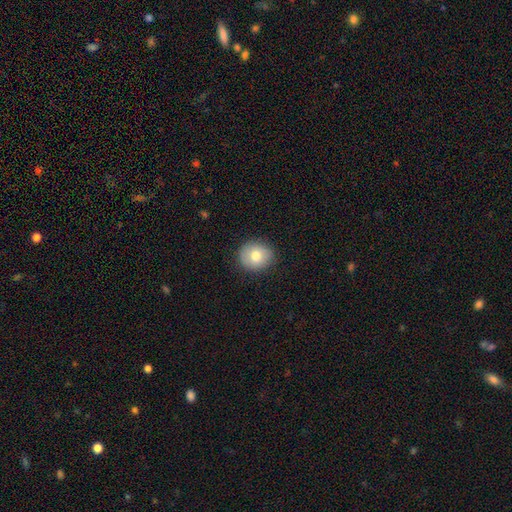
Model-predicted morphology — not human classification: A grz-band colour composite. It shows a smooth galaxy with no disk features (76%) that is round (80%). Merging: none (87%).